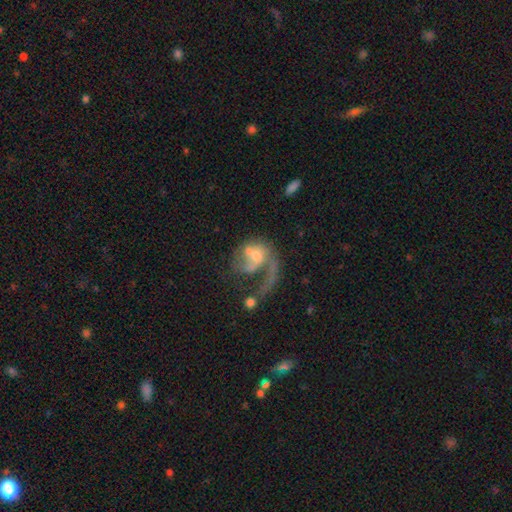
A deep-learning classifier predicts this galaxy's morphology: The model was most divided on "bulge size": moderate: 44%, small: 36%, none: 10%, large: 7%, dominant: 2%. Remaining: edge-on disk — no (98%); spiral arm count — 1 (76%); spiral arms — yes (75%); bar — no (70%); smooth or featured — featured or disk (69%); spiral winding — loose (62%); merging — major disturbance (45%).